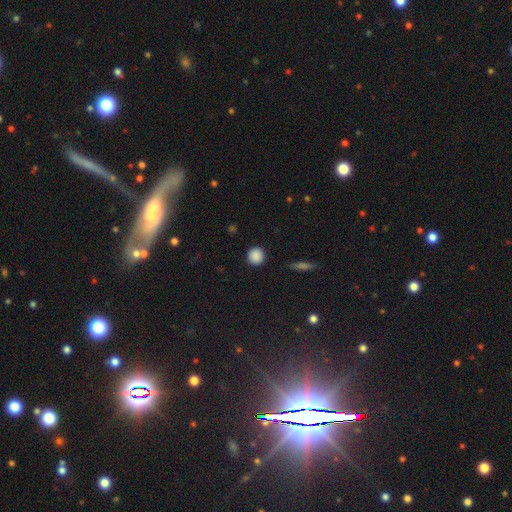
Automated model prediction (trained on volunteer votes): smooth_or_featured: smooth (p=0.88) [alt: star or artifact p=0.09]
how_rounded: round (p=0.94) [alt: in between p=0.05]
merging: none (p=0.91) [alt: minor disturbance p=0.06]